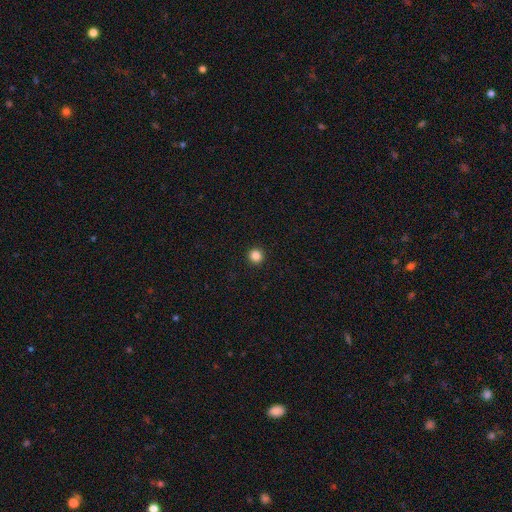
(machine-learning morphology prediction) A smooth galaxy with no disk features (85%) that is round (96%). Merging: none (94%).